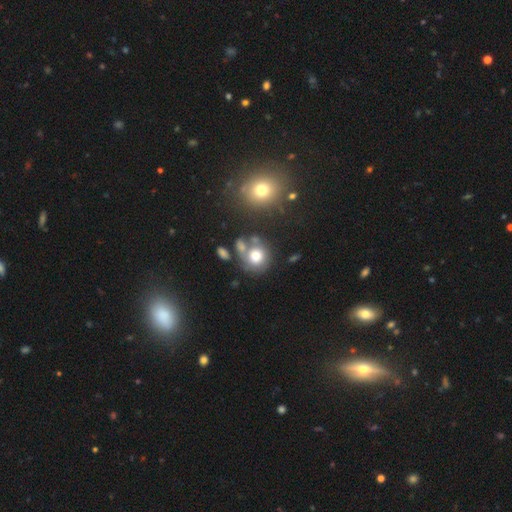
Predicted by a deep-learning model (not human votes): Smooth or featured? smooth (72%)
How rounded? round (83%)
Merging? none (52%)